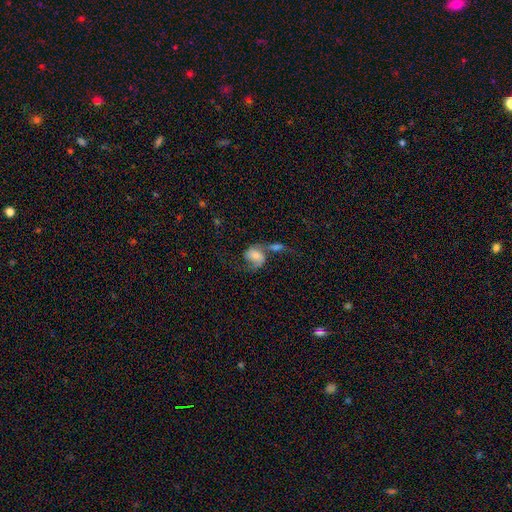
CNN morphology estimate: Q: Smooth or featured?
A: featured or disk (56%); runner-up: smooth (35%)
Q: Edge-on disk?
A: no (97%); runner-up: yes (3%)
Q: Bar?
A: no (64%); runner-up: weak (28%)
Q: Spiral arms?
A: yes (86%); runner-up: no (14%)
Q: Bulge size?
A: moderate (33%); runner-up: small (32%)
Q: Merging?
A: merger (45%); runner-up: none (24%)